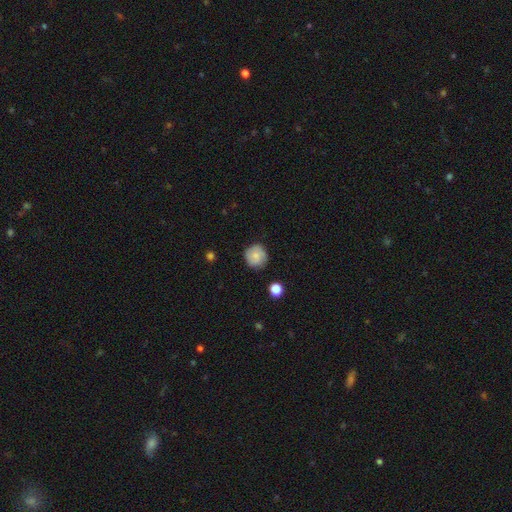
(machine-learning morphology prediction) Overall: smooth (73%). How rounded: round (92%). Merging: none (82%).